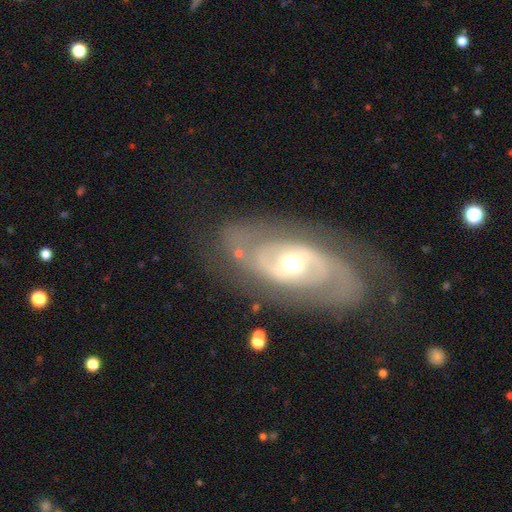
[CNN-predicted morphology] Smooth or featured? featured or disk (88%)
Edge-on disk? no (94%)
Bar? no (59%)
Spiral arms? yes (95%)
Spiral winding? tight (57%)
Spiral arm count? 2 (74%)
Bulge size? moderate (61%)
Merging? none (76%)